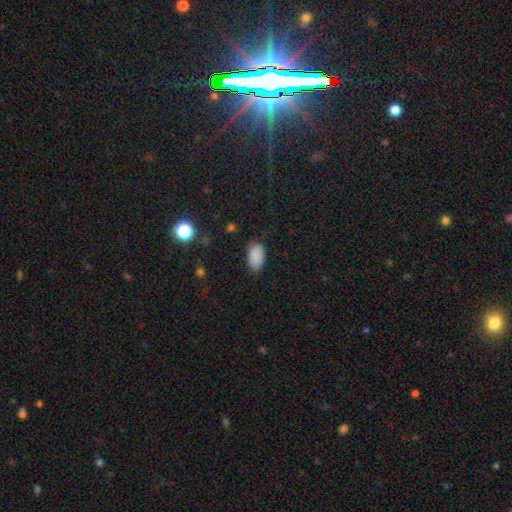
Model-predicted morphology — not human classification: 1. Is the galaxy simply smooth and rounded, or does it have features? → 87% smooth, 9% star or artifact, 4% featured or disk.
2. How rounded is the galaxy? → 94% in between, 4% round, 2% cigar-shaped.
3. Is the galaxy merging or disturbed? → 78% none, 17% minor disturbance, 3% major disturbance, 1% merger.